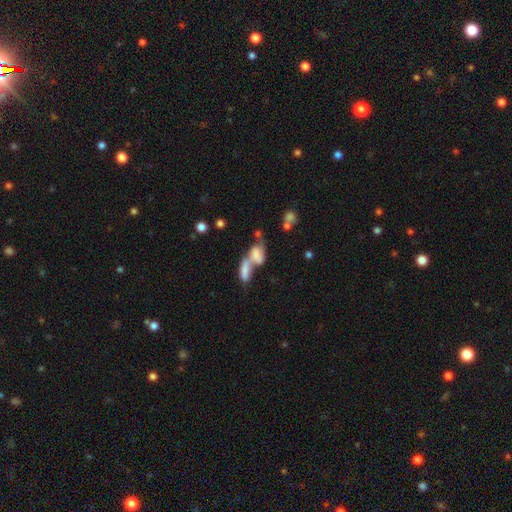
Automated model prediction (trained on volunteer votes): A smooth galaxy with no disk features (56%) that is in between round and cigar-shaped (81%).

Vote fractions:
- Smooth or featured? smooth: 56% / featured or disk: 32% / star or artifact: 12%
- How rounded? in between: 81% / round: 10% / cigar-shaped: 9%
- Merging? merger: 71% / none: 14% / major disturbance: 8% / minor disturbance: 7%